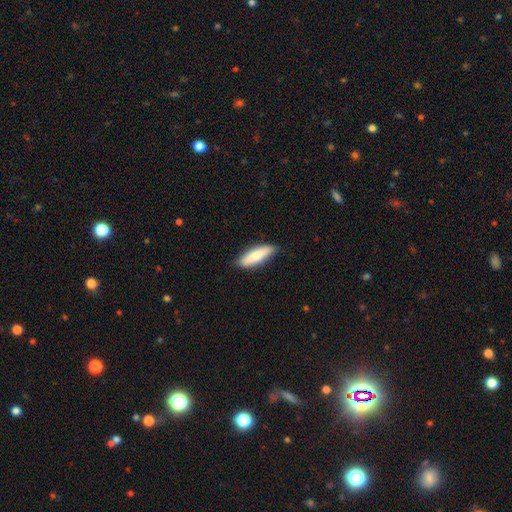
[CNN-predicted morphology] Overall: smooth (81%). How rounded: cigar-shaped (54%; in between 44%). Merging: none (81%).